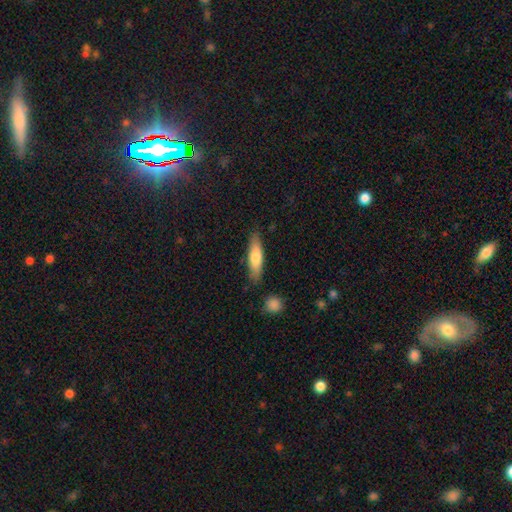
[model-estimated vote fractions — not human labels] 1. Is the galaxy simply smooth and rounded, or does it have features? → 68% smooth, 26% featured or disk, 6% star or artifact.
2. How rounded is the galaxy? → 71% cigar-shaped, 27% in between, 2% round.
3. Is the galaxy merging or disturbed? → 84% none, 11% minor disturbance, 3% merger, 2% major disturbance.